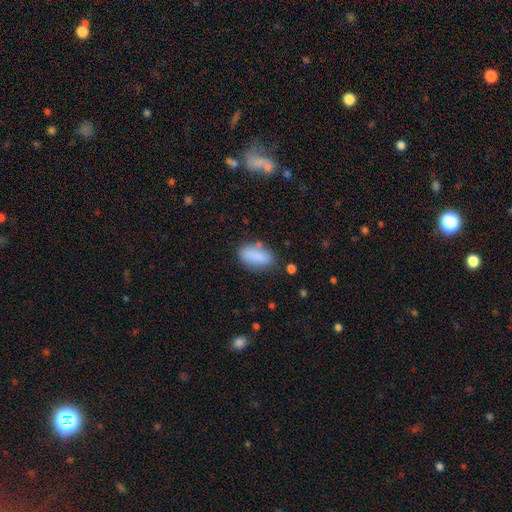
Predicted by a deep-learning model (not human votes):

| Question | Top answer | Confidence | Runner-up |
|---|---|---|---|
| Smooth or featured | smooth | 86% | star or artifact (8%) |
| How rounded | in between | 91% | round (5%) |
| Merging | none | 73% | minor disturbance (18%) |